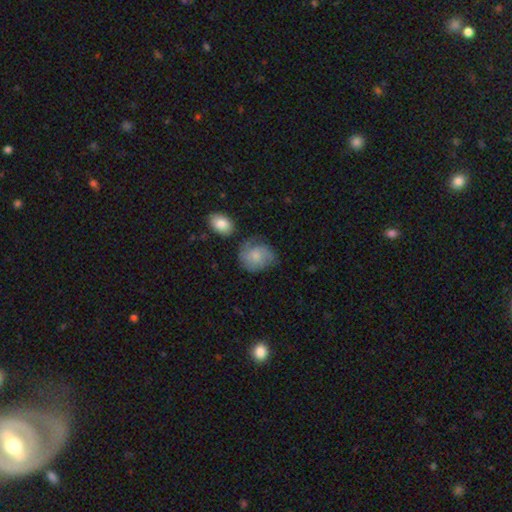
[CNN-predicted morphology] The model was most divided on "smooth or featured": smooth: 57%, featured or disk: 36%, star or artifact: 7%. More confident: how rounded — round (68%); merging — none (56%).